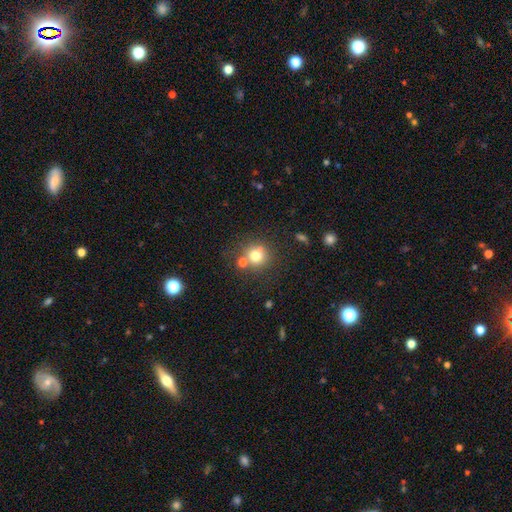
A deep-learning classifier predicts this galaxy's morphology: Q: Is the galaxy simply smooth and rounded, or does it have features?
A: smooth — 72%.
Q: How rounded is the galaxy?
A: round — 90%.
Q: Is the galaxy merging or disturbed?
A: none — 64%.